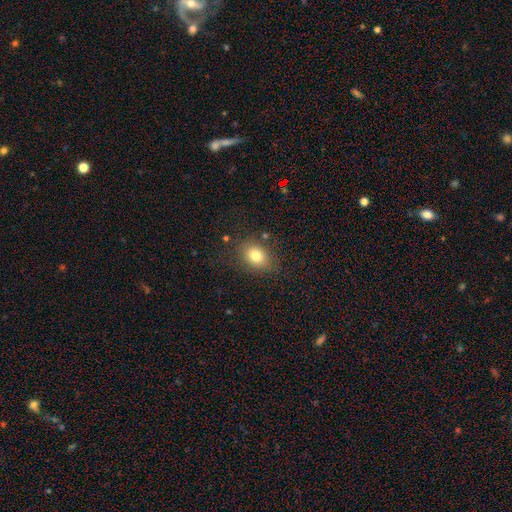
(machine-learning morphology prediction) The model was most divided on "how rounded": in between: 59%, round: 39%, cigar-shaped: 1%. More confident: smooth or featured — smooth (79%); merging — none (79%).